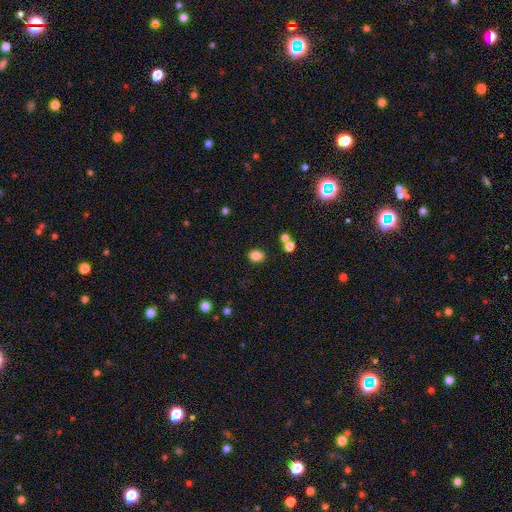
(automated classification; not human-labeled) smooth 84%, star or artifact 12%, featured or disk 5%. Down the decision tree: how rounded — in between (59%); merging — none (82%).